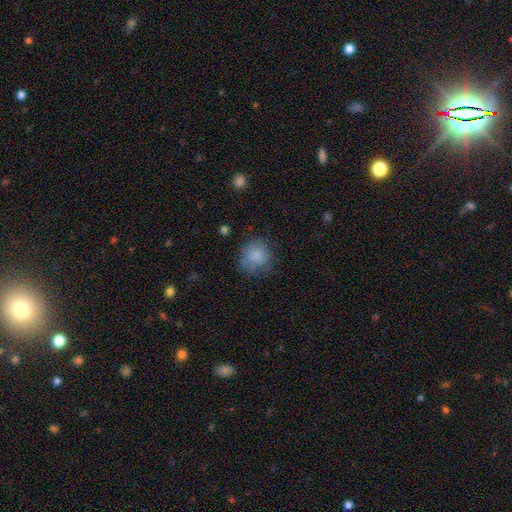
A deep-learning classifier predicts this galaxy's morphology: Smooth or featured? Predicted: smooth (p=0.82). How rounded? Predicted: round (p=0.81). Merging? Predicted: none (p=0.68).